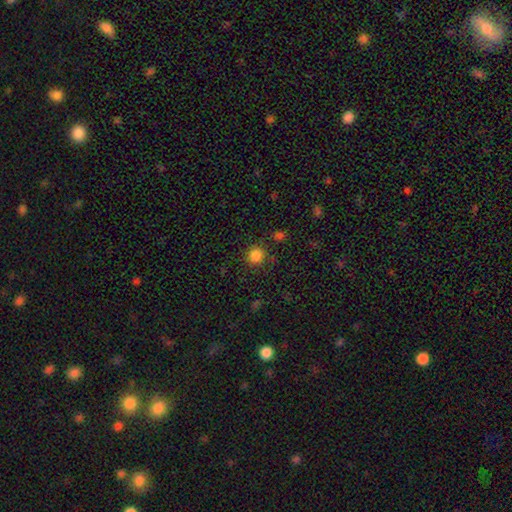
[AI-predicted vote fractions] A smooth galaxy with no disk features (83%) that is round (91%). Merging: none (83%).